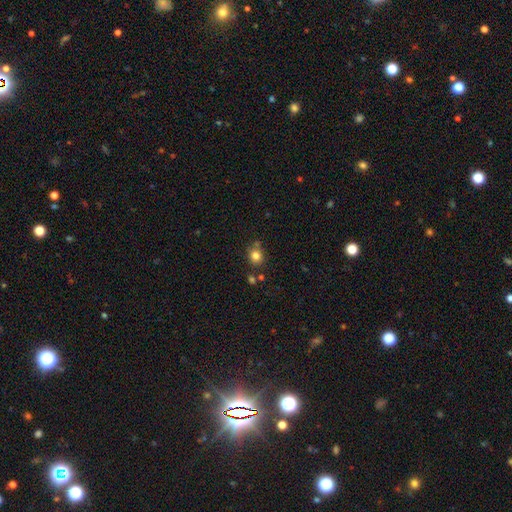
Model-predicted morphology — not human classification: Q: Smooth or featured?
A: smooth (81%); runner-up: star or artifact (12%)
Q: How rounded?
A: round (77%); runner-up: in between (22%)
Q: Merging?
A: none (72%); runner-up: minor disturbance (14%)